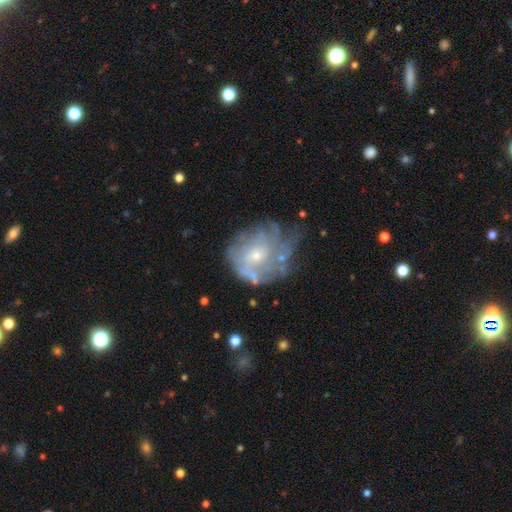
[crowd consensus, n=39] Smooth or featured? 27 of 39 (69%) said featured or disk. Edge-on disk? 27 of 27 (100%) said no. Bar? 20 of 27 (74%) said no. Spiral arms? 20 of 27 (74%) said yes. Spiral winding? 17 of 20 (85%) said tight. Spiral arm count? 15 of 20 (75%) said can't tell. Bulge size? 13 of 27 (48%) said moderate. Merging? 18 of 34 (53%) said none.